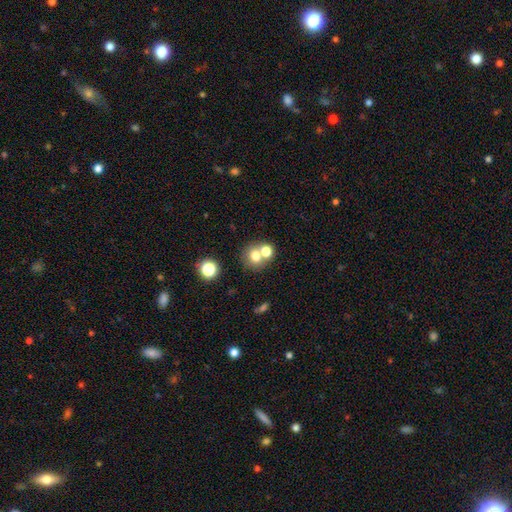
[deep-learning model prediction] Overall: smooth (72%). How rounded: round (82%). Merging: none (50%; merger 40%).